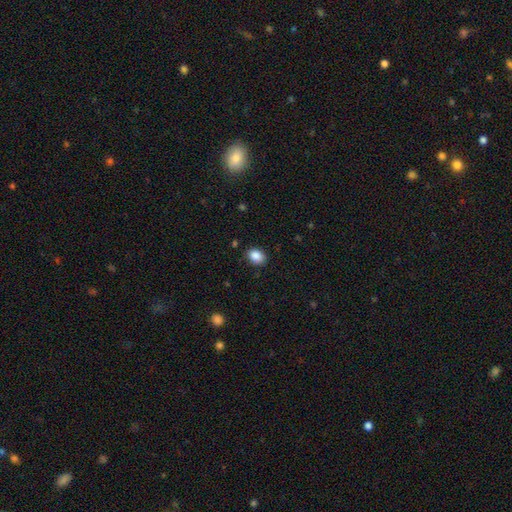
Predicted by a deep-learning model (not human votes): Overall: smooth (88%). How rounded: in between (68%; round 31%). Merging: none (85%).